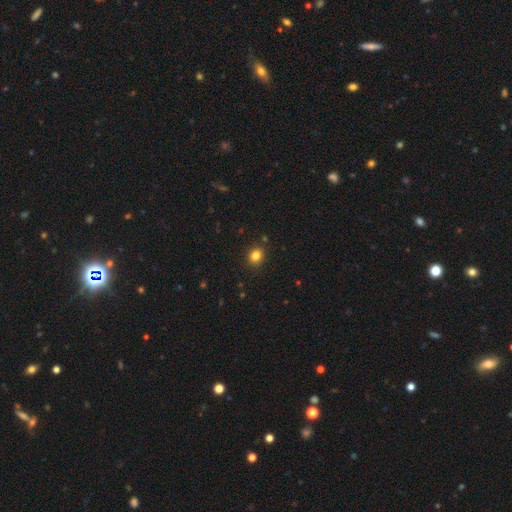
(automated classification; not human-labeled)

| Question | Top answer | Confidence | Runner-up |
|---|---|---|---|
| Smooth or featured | smooth | 83% | star or artifact (12%) |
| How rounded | round | 68% | in between (31%) |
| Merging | none | 89% | minor disturbance (7%) |